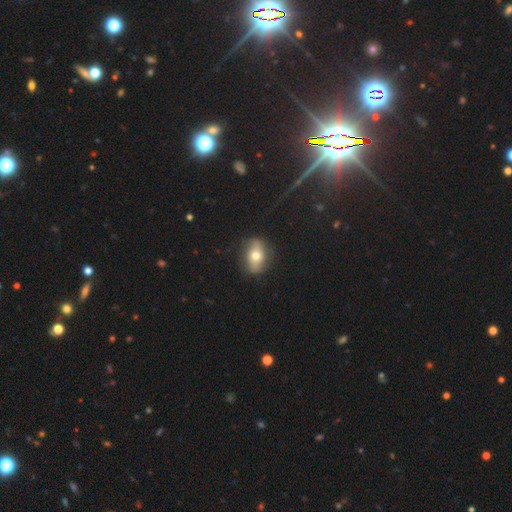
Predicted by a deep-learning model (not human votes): Overall: smooth (62%; featured or disk 30%). How rounded: in between (78%). Merging: none (81%).